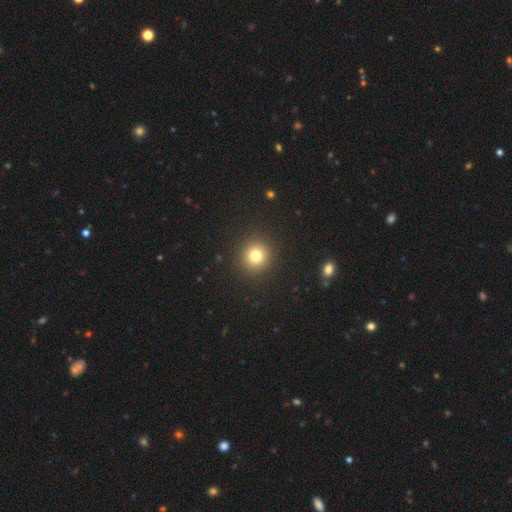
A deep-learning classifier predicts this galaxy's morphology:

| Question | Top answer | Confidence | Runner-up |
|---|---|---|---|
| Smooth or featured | smooth | 78% | star or artifact (14%) |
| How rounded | round | 93% | in between (6%) |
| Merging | none | 92% | minor disturbance (5%) |